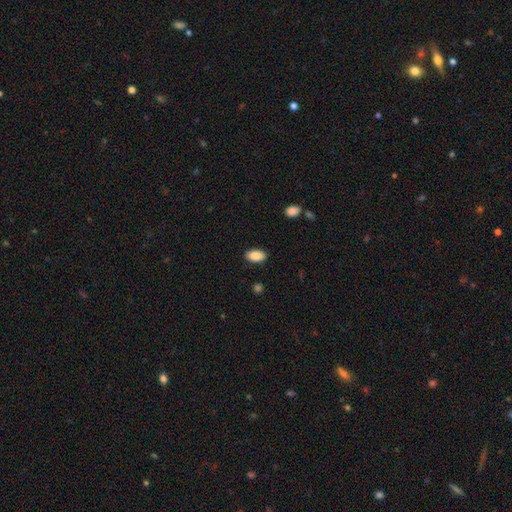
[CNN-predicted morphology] A smooth galaxy with no disk features (89%) that is in between round and cigar-shaped (93%). Merging: none (87%).